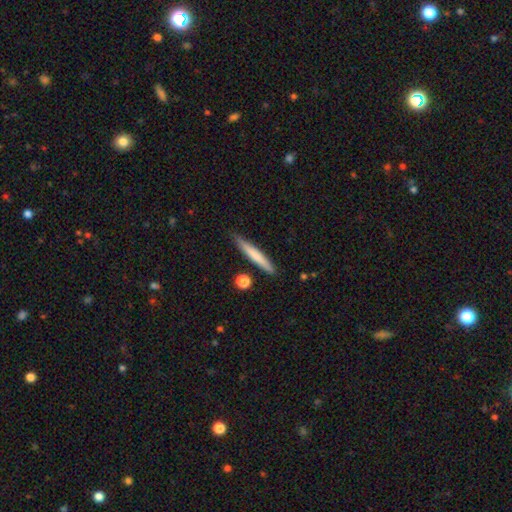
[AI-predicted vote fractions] A smooth galaxy with no disk features (69%) that is cigar-shaped (95%).

Vote fractions:
- Smooth or featured? smooth: 69% / featured or disk: 25% / star or artifact: 6%
- How rounded? cigar-shaped: 95% / in between: 4% / round: 1%
- Merging? none: 86% / minor disturbance: 10% / merger: 3% / major disturbance: 2%